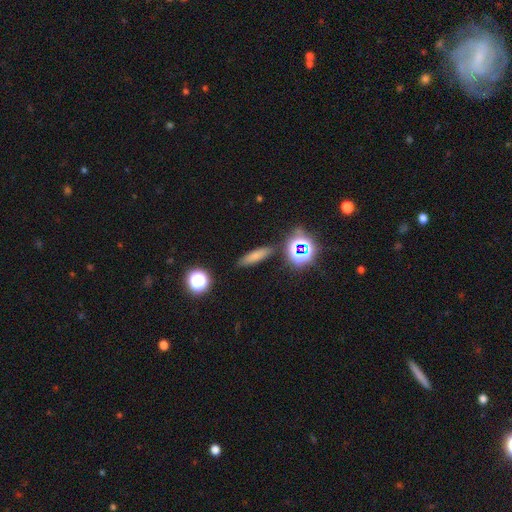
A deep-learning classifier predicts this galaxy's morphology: Smooth or featured? smooth (70%)
How rounded? cigar-shaped (65%)
Merging? none (86%)